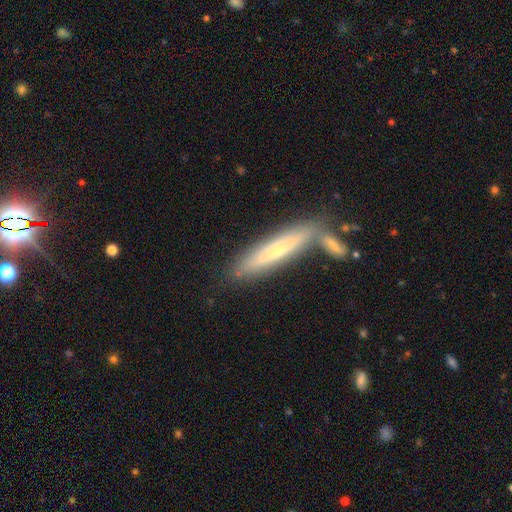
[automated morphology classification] smooth-or-featured: smooth: 48% | featured or disk: 44% | star or artifact: 8%
  merging: none: 68% | minor disturbance: 14% | merger: 14% | major disturbance: 4%